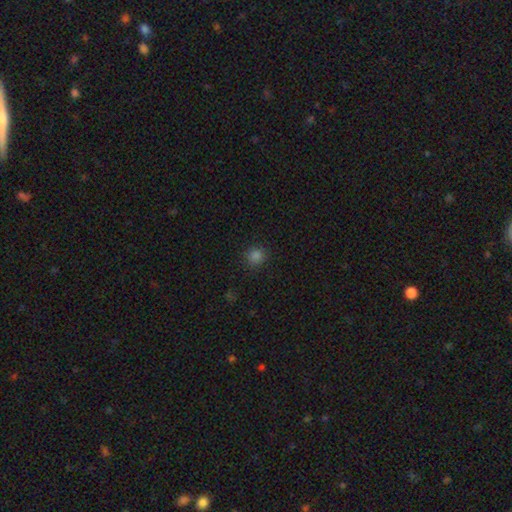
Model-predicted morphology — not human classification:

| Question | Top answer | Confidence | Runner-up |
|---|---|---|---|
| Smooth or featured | smooth | 80% | star or artifact (16%) |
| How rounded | round | 92% | in between (7%) |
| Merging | none | 90% | minor disturbance (7%) |